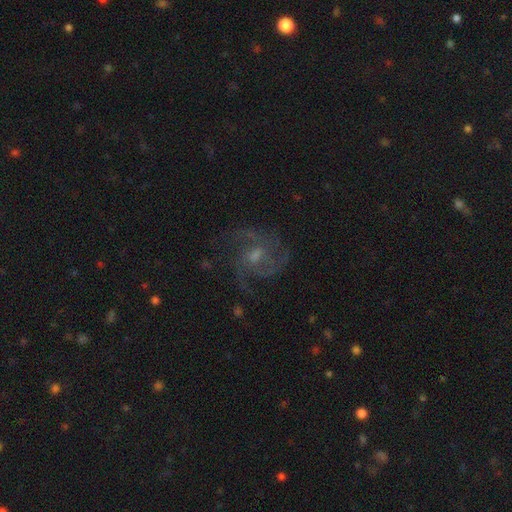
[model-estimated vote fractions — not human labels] featured or disk 81%, smooth 10%, star or artifact 9%. Down the decision tree: edge-on disk — no (98%); bar — weak (47%); spiral arms — yes (92%); spiral arm count — 3 (36%); spiral winding — medium (53%); bulge size — moderate (48%); merging — none (63%).